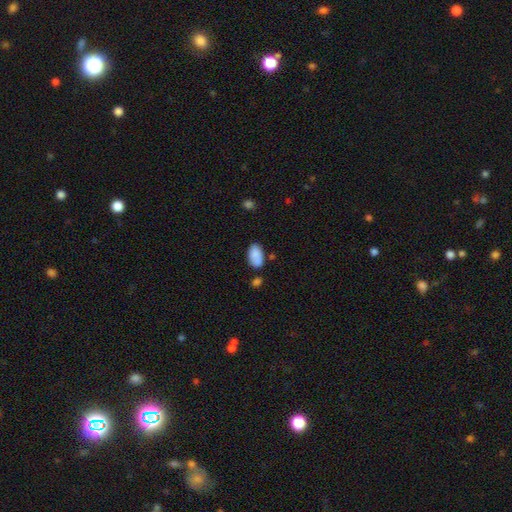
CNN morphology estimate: A smooth galaxy with no disk features (86%) that is in between round and cigar-shaped (94%).

Vote fractions:
- Smooth or featured? smooth: 86% / star or artifact: 7% / featured or disk: 7%
- How rounded? in between: 94% / round: 4% / cigar-shaped: 2%
- Merging? none: 67% / minor disturbance: 20% / merger: 9% / major disturbance: 4%